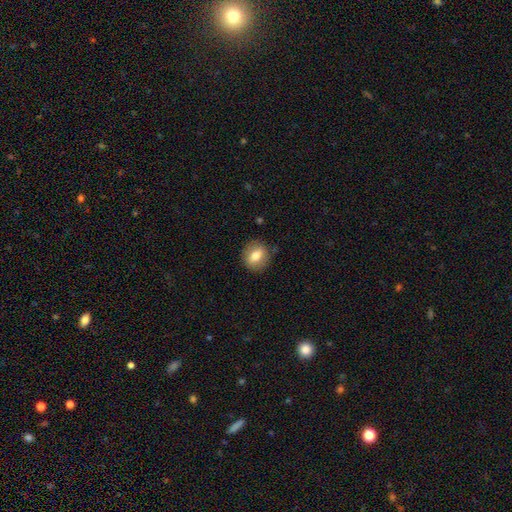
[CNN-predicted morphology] smooth 75%, featured or disk 17%, star or artifact 8%. Down the decision tree: how rounded — round (59%); merging — none (86%).